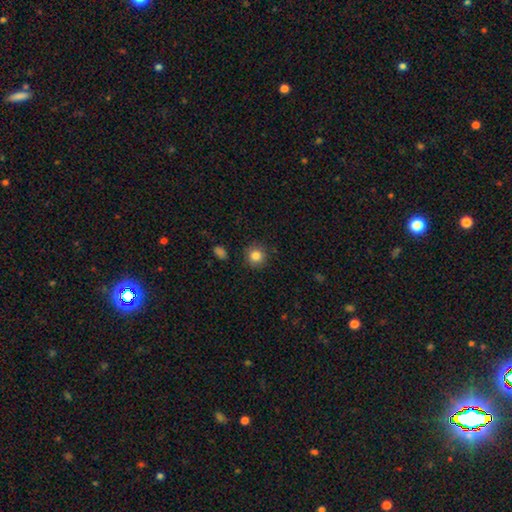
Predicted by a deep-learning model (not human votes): This is clearly a smooth galaxy (84%). How rounded: clearly round (93%). Merging: clearly none (89%).